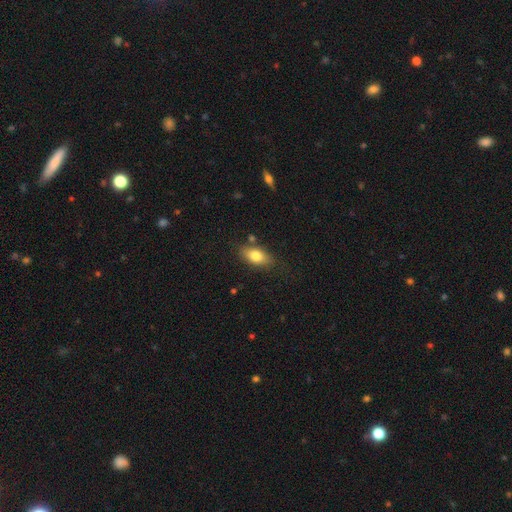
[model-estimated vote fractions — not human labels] This is likely a smooth galaxy (78%). How rounded: clearly in between (87%). Merging: likely none (76%).